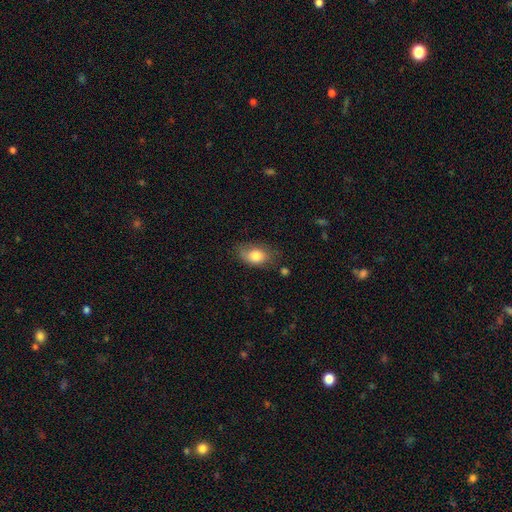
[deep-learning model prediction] smooth-or-featured: smooth: 80% | featured or disk: 12% | star or artifact: 8%
  how-rounded: in between: 86% | round: 12% | cigar-shaped: 2%
  merging: none: 63% | minor disturbance: 27% | major disturbance: 8% | merger: 3%